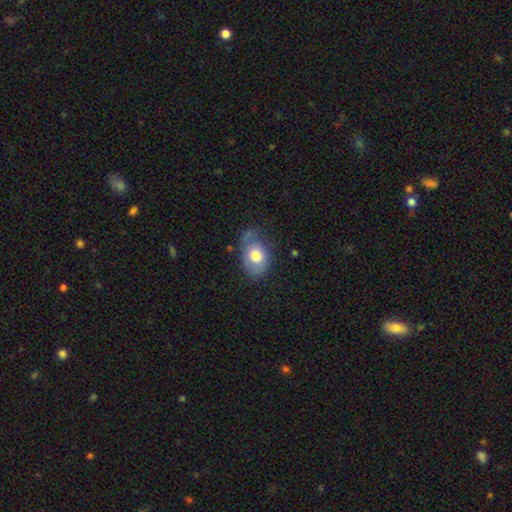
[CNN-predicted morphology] A smooth galaxy with no disk features (69%) that is in between round and cigar-shaped (80%). Merging: none (50%).